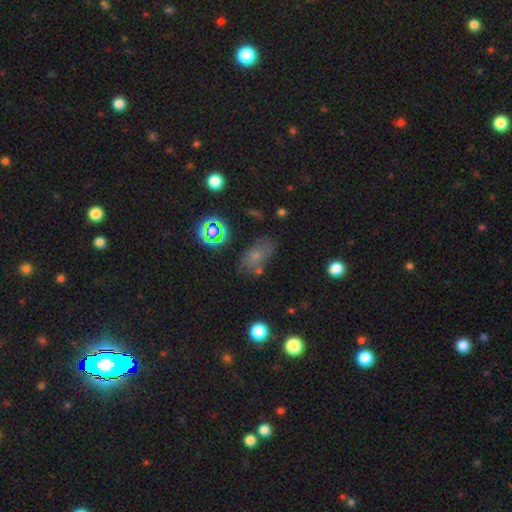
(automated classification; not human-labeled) Smooth or featured? smooth (62%)
How rounded? in between (84%)
Merging? none (64%)